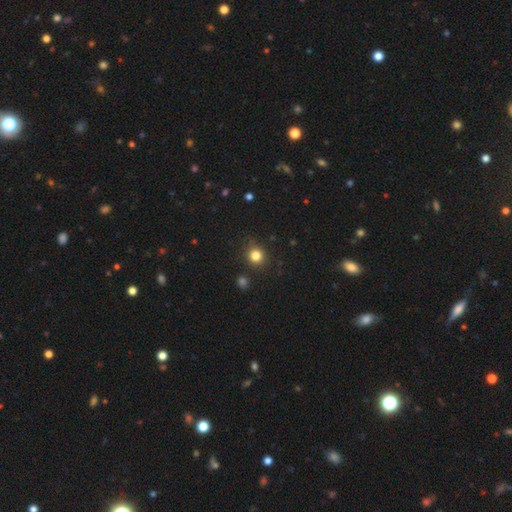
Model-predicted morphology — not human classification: smooth 81%, star or artifact 14%, featured or disk 5%. Down the decision tree: how rounded — round (89%); merging — none (85%).